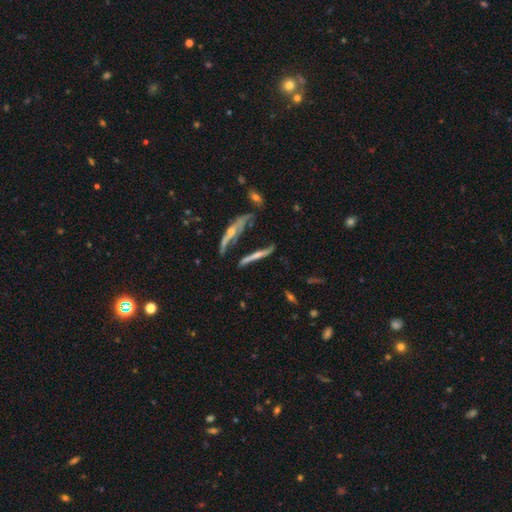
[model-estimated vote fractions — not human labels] Q: Smooth or featured?
A: featured or disk (62%); runner-up: smooth (30%)
Q: Edge-on disk?
A: yes (80%); runner-up: no (20%)
Q: Merging?
A: none (51%); runner-up: minor disturbance (20%)